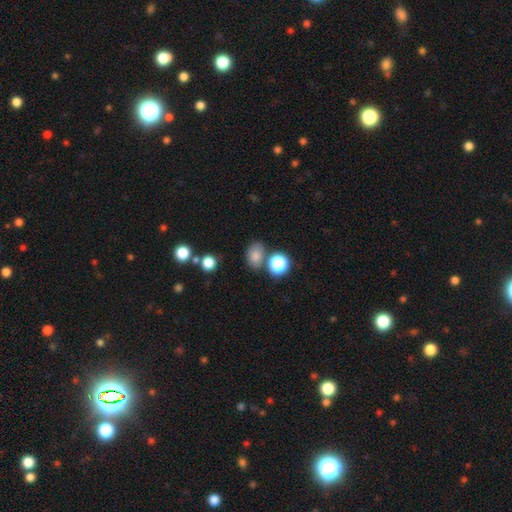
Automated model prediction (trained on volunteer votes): This is likely a smooth galaxy (79%). How rounded: likely in between (70%). Merging: likely none (67%).